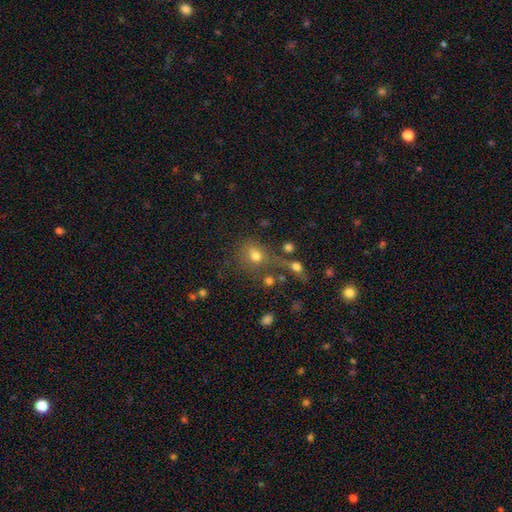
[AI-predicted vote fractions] Morphology: type=smooth (70%); roundness=round (64%); merging=none (48%).